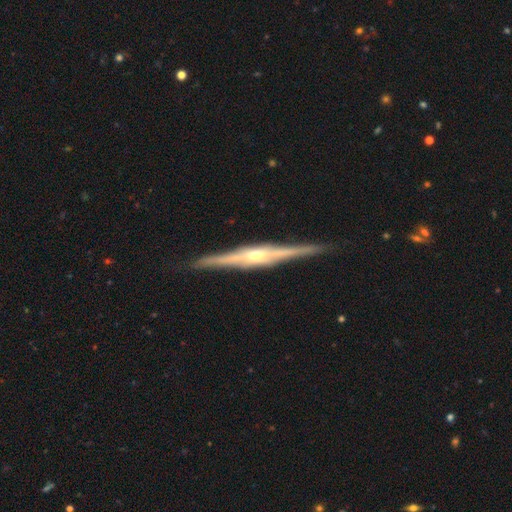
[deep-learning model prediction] Morphology: type=featured or disk (87%); edge-on=yes (98%); edge-on bulge=rounded (65%); merging=none (90%).